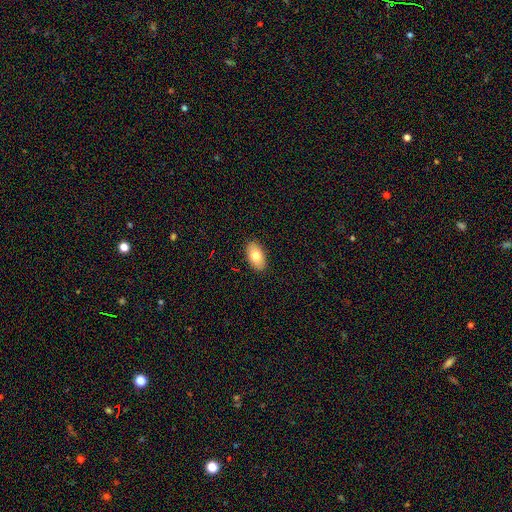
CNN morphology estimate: A smooth galaxy with no disk features (78%) that is in between round and cigar-shaped (94%). Merging: none (90%).